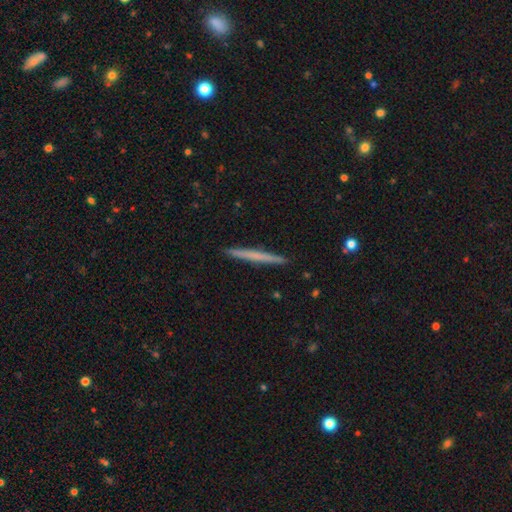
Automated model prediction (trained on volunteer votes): Smooth or featured?
  - smooth: 52% *
  - featured or disk: 42%
  - star or artifact: 5%
How rounded?
  - cigar-shaped: 97% *
  - in between: 2%
  - round: 1%
Merging?
  - none: 93% *
  - minor disturbance: 5%
  - major disturbance: 1%
  - merger: 1%